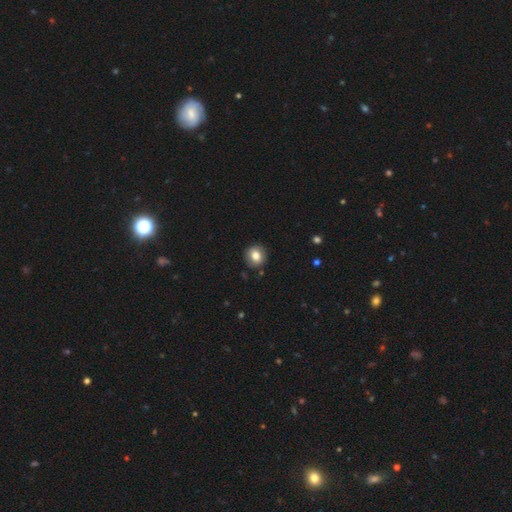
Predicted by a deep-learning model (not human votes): A smooth galaxy with no disk features (79%) that is round (85%). Merging: none (88%).